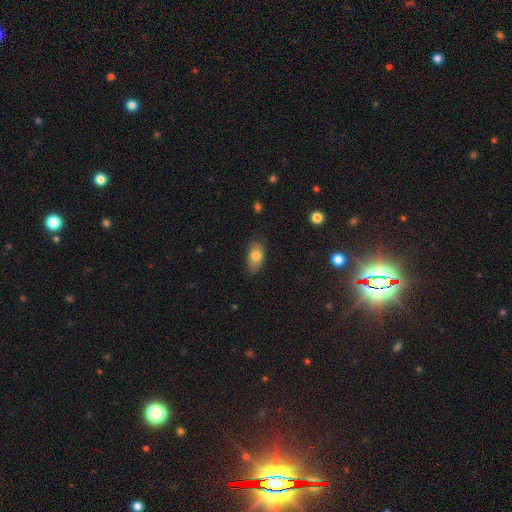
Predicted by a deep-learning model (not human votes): The model was most divided on "smooth or featured": smooth: 76%, featured or disk: 15%, star or artifact: 8%. More confident: how rounded — in between (90%); merging — none (81%).